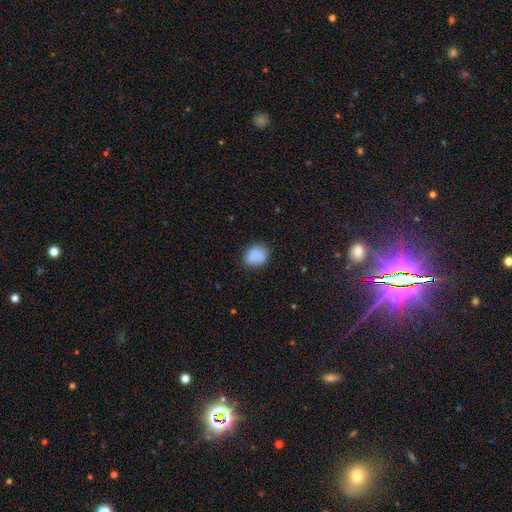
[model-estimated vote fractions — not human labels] smooth-or-featured: smooth: 85% | star or artifact: 8% | featured or disk: 7%
  how-rounded: round: 56% | in between: 43% | cigar-shaped: 1%
  merging: none: 77% | minor disturbance: 17% | major disturbance: 4% | merger: 2%